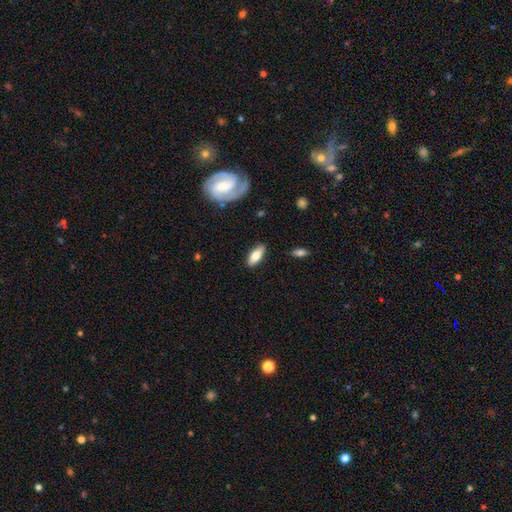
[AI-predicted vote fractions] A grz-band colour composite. It shows a smooth galaxy with no disk features (71%) that is in between round and cigar-shaped (74%). Merging: none (85%).